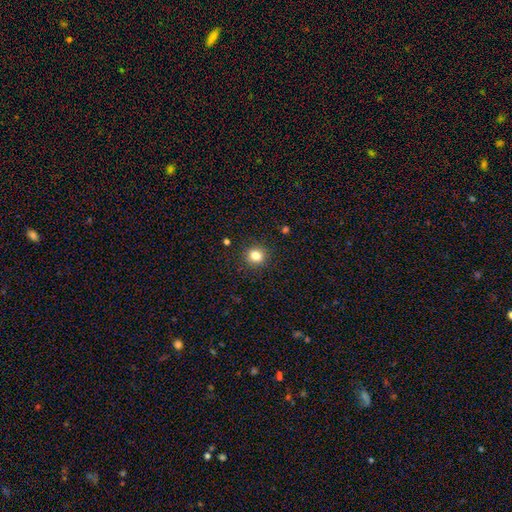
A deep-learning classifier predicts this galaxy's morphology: A smooth galaxy with no disk features (82%) that is round (90%). Merging: none (91%).